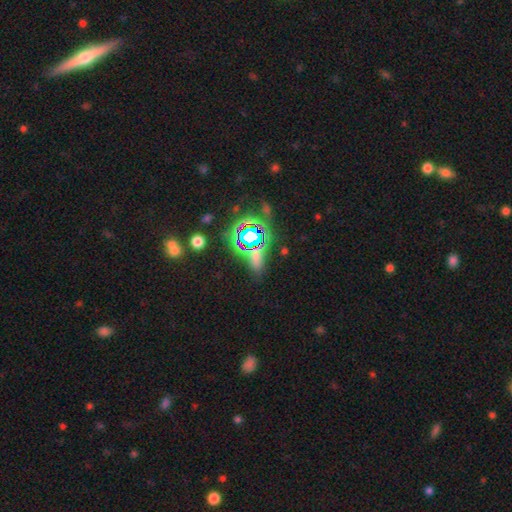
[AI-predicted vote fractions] star or artifact 53%, smooth 35%, featured or disk 12%.